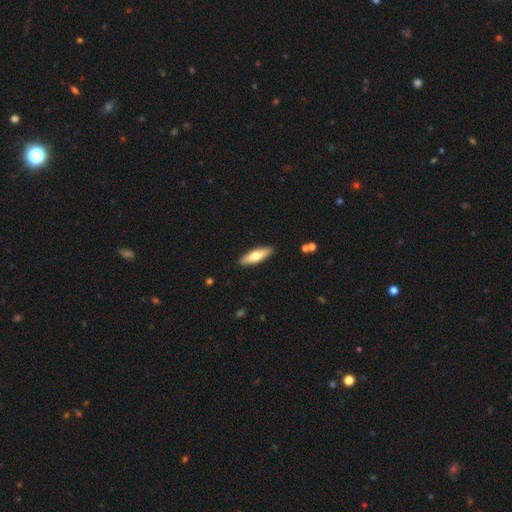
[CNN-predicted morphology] Q: Smooth or featured?
A: smooth (61%); runner-up: featured or disk (34%)
Q: How rounded?
A: cigar-shaped (55%); runner-up: in between (43%)
Q: Merging?
A: none (90%); runner-up: minor disturbance (7%)